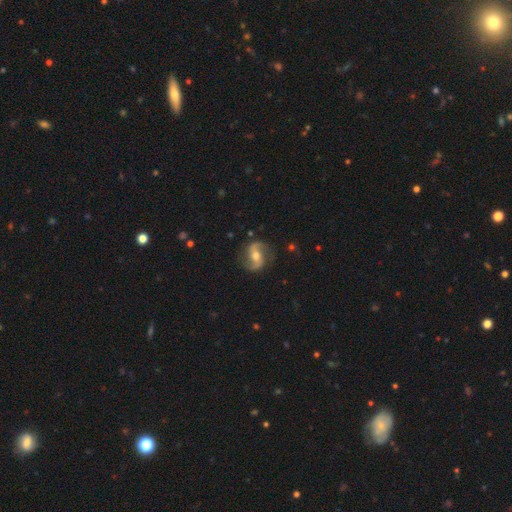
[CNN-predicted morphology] This appears to be a featured or disk galaxy (86%) with a weak bar (39%, tied with no), 2 (93%) loose (44%) spiral arms (96%) and a moderate central bulge (68%). Merging: none (84%).